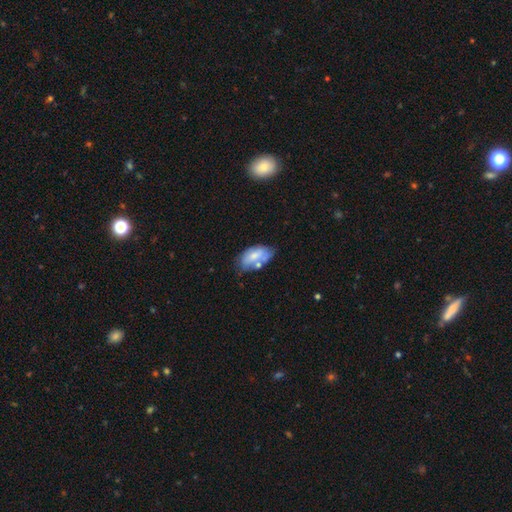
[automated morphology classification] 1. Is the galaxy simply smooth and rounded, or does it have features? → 60% smooth, 33% featured or disk, 7% star or artifact.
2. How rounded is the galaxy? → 93% in between, 4% round, 3% cigar-shaped.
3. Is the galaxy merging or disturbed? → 43% none, 30% minor disturbance, 17% merger, 11% major disturbance.